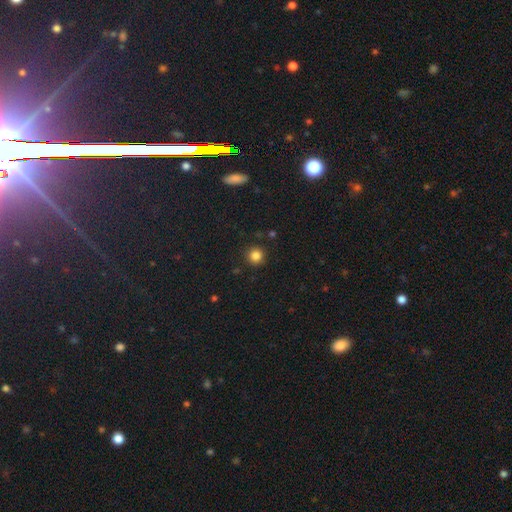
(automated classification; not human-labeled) Smooth or featured: smooth — 84% (star or artifact — 12%)
How rounded: round — 94% (in between — 5%)
Merging: none — 91% (minor disturbance — 6%)